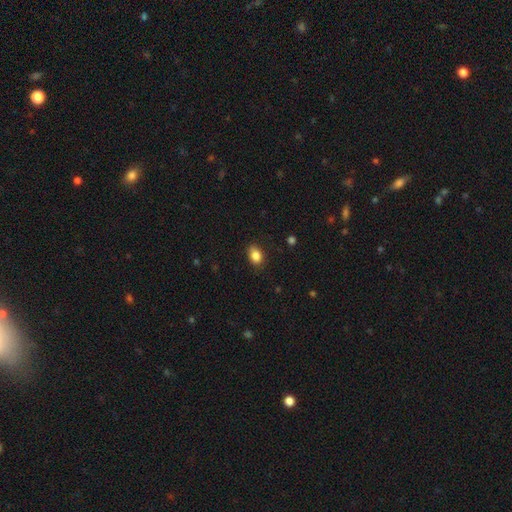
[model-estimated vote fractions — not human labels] This appears to be a smooth galaxy with no disk features (85%) that is in between round and cigar-shaped (78%). Merging: none (83%).